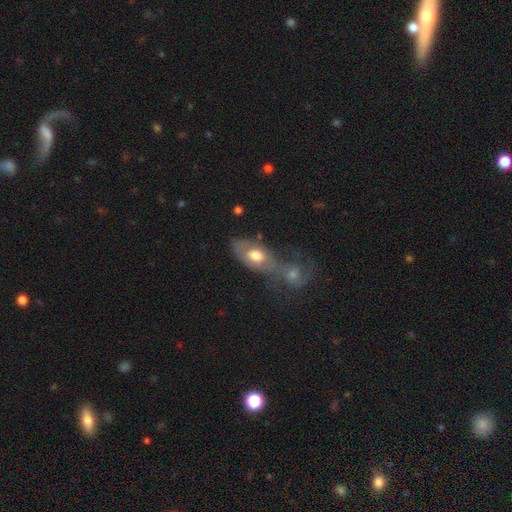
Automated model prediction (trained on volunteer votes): Overall: smooth (55%; featured or disk 39%). How rounded: in between (87%). Merging: merger (54%; none 24%).